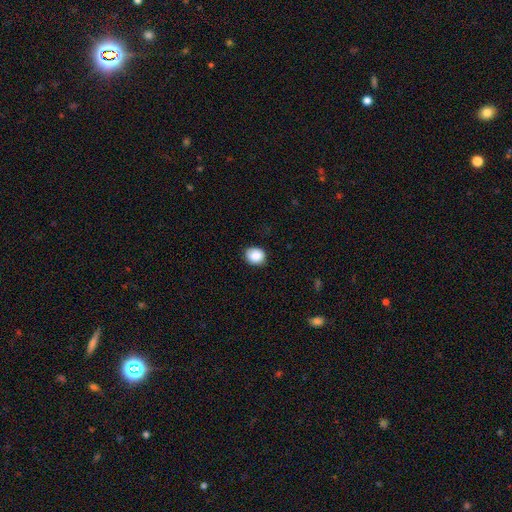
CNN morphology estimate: smooth_or_featured: smooth (p=0.87) [alt: star or artifact p=0.08]
how_rounded: round (p=0.64) [alt: in between p=0.35]
merging: none (p=0.86) [alt: minor disturbance p=0.11]